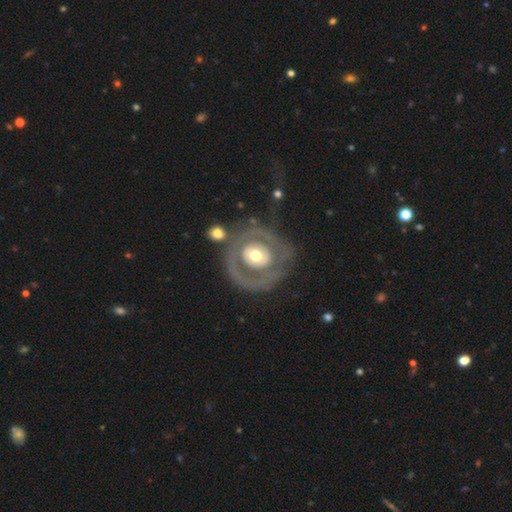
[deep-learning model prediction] The model was most divided on "smooth or featured": featured or disk: 66%, smooth: 29%, star or artifact: 5%. More confident: edge-on disk — no (96%); bar — no (81%); spiral arms — no (69%); bulge size — moderate (66%); merging — none (60%).